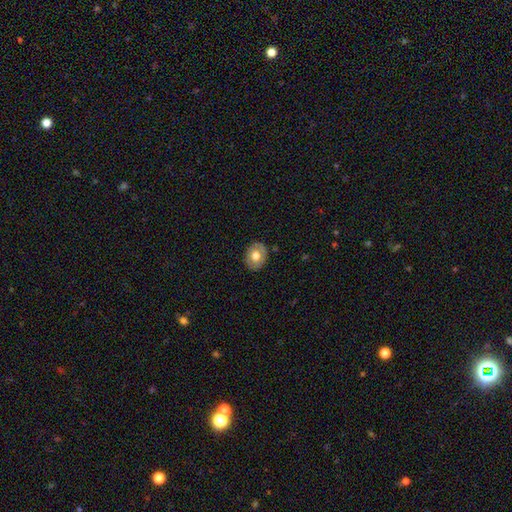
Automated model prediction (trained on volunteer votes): This appears to be a smooth galaxy with no disk features (60%) that is in between round and cigar-shaped (56%). Merging: none (84%).